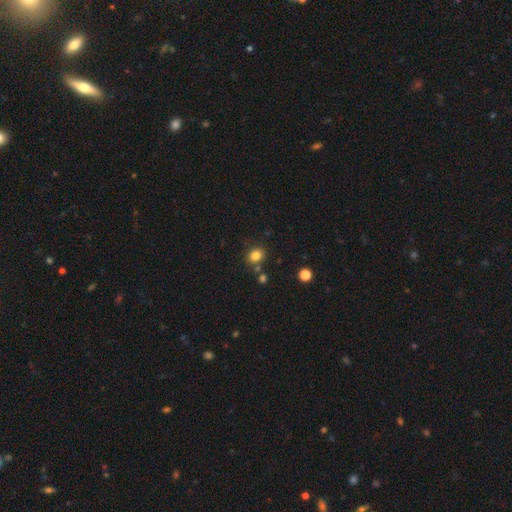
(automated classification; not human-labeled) This is clearly a smooth galaxy (82%). How rounded: likely round (63%). Merging: likely none (75%).